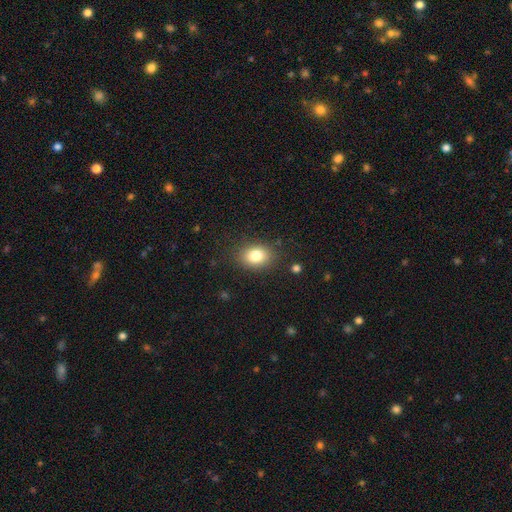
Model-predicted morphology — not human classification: A smooth galaxy with no disk features (81%) that is in between round and cigar-shaped (64%).

Vote fractions:
- Smooth or featured? smooth: 81% / star or artifact: 10% / featured or disk: 9%
- How rounded? in between: 64% / round: 35% / cigar-shaped: 1%
- Merging? none: 84% / minor disturbance: 11% / major disturbance: 4% / merger: 1%